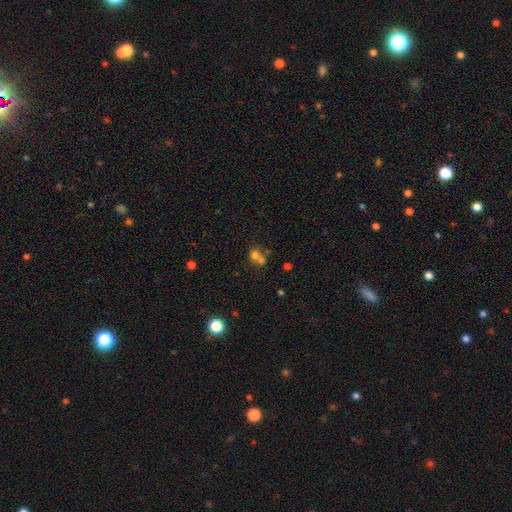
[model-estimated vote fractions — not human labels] Overall: smooth (65%). How rounded: round (75%). Merging: merger (55%; none 35%).